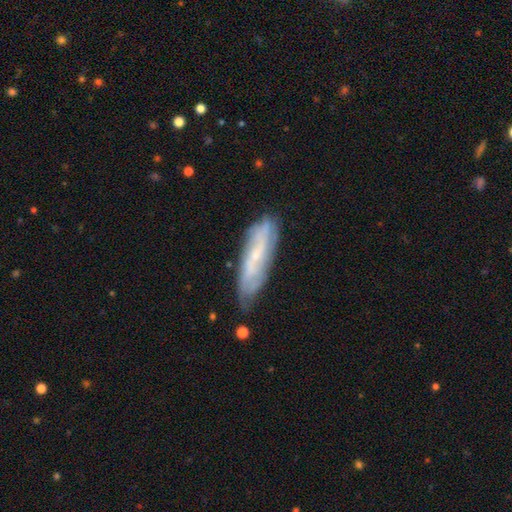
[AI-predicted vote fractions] smooth_or_featured: featured or disk (p=0.62) [alt: smooth p=0.31]
disk_edge_on: no (p=0.72) [alt: yes p=0.28]
merging: none (p=0.74) [alt: minor disturbance p=0.20]